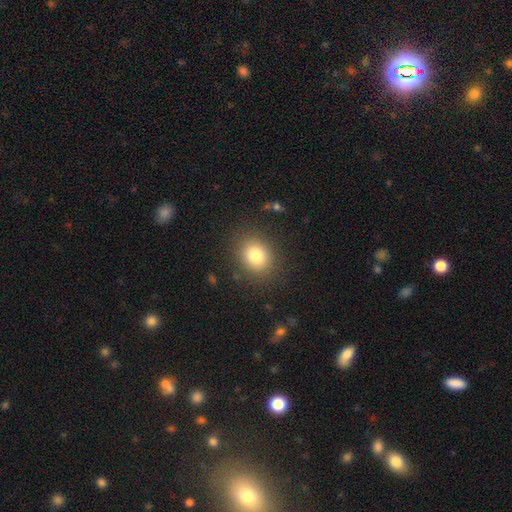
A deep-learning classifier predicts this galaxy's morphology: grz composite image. It shows a smooth galaxy with no disk features (80%) that is round (64%). Merging: none (86%).